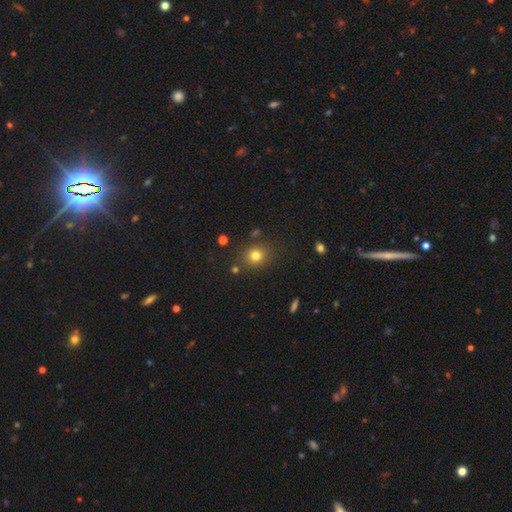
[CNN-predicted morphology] smooth_or_featured: smooth (p=0.77) [alt: star or artifact p=0.15]
how_rounded: round (p=0.80) [alt: in between p=0.19]
merging: none (p=0.83) [alt: minor disturbance p=0.10]